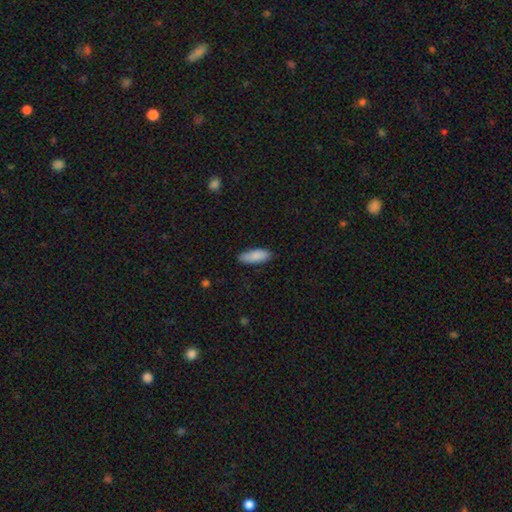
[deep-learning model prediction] smooth-or-featured: smooth: 88% | featured or disk: 7% | star or artifact: 6%
  how-rounded: in between: 73% | cigar-shaped: 25% | round: 2%
  merging: none: 84% | minor disturbance: 12% | major disturbance: 2% | merger: 1%